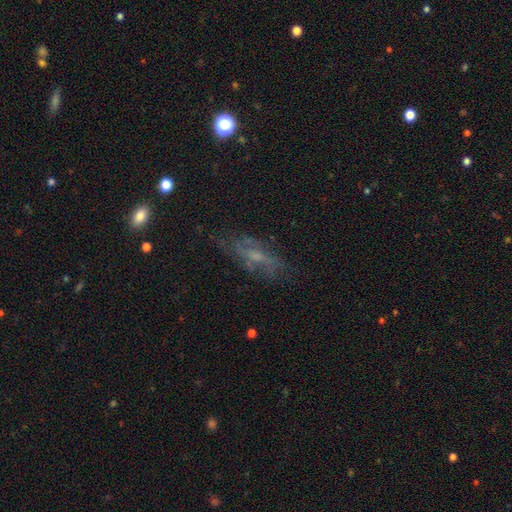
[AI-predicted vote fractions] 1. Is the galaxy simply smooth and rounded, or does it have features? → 57% featured or disk, 29% smooth, 14% star or artifact.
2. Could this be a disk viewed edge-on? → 77% no, 23% yes.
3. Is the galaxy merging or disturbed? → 63% none, 21% minor disturbance, 13% major disturbance, 2% merger.